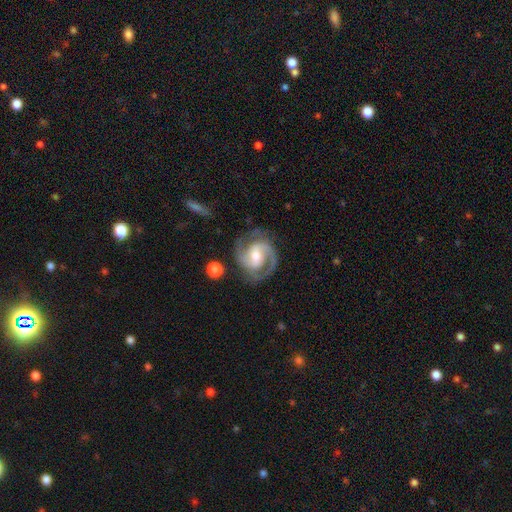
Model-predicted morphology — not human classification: Q: Smooth or featured?
A: featured or disk (90%); runner-up: smooth (6%)
Q: Edge-on disk?
A: no (98%); runner-up: yes (2%)
Q: Bar?
A: weak (50%); runner-up: no (25%)
Q: Spiral arms?
A: yes (97%); runner-up: no (3%)
Q: Spiral winding?
A: medium (54%); runner-up: tight (36%)
Q: Spiral arm count?
A: 2 (87%); runner-up: 3 (5%)
Q: Bulge size?
A: moderate (61%); runner-up: small (26%)
Q: Merging?
A: none (77%); runner-up: minor disturbance (15%)